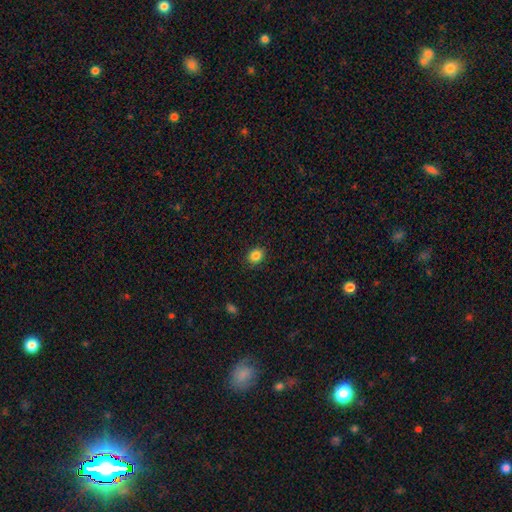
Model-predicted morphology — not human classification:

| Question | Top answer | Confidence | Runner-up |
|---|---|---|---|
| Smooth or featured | smooth | 84% | star or artifact (11%) |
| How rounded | round | 61% | in between (38%) |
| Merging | none | 89% | minor disturbance (8%) |